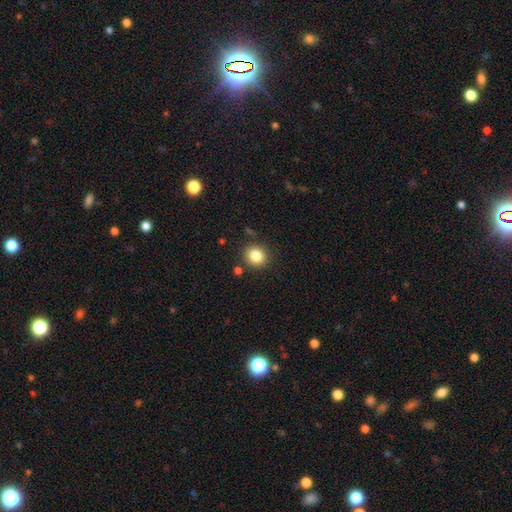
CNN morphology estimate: The model was most divided on "how rounded": round: 83%, in between: 17%, cigar-shaped: 1%. More confident: merging — none (86%); smooth or featured — smooth (84%).